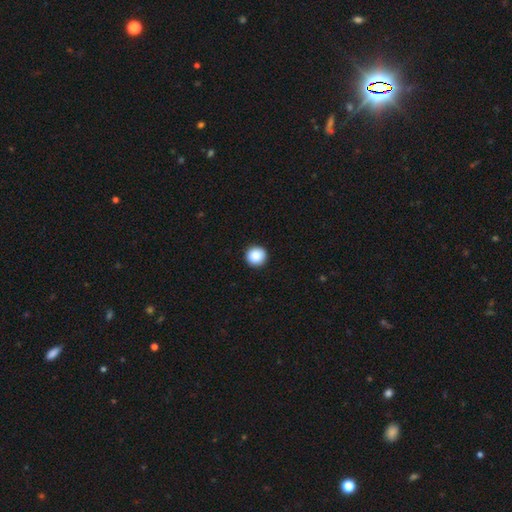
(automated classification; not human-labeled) Smooth or featured?
  - smooth: 88% *
  - star or artifact: 9%
  - featured or disk: 3%
How rounded?
  - round: 96% *
  - in between: 3%
  - cigar-shaped: 1%
Merging?
  - none: 93% *
  - minor disturbance: 4%
  - major disturbance: 1%
  - merger: 1%